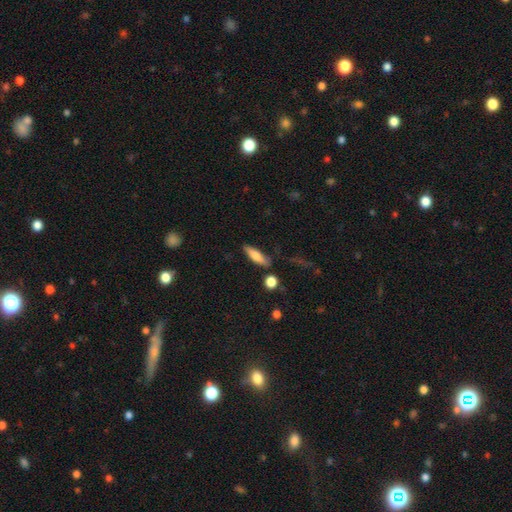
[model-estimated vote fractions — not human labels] Overall: smooth (72%). How rounded: cigar-shaped (57%; in between 40%). Merging: none (73%).